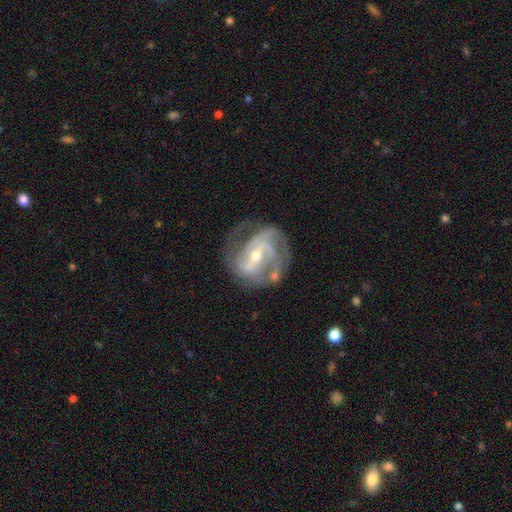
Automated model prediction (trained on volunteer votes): Q: Smooth or featured?
A: featured or disk (88%); runner-up: smooth (7%)
Q: Edge-on disk?
A: no (97%); runner-up: yes (3%)
Q: Bar?
A: weak (42%); runner-up: strong (35%)
Q: Spiral arms?
A: yes (95%); runner-up: no (5%)
Q: Spiral winding?
A: medium (46%); runner-up: tight (40%)
Q: Spiral arm count?
A: 2 (40%); runner-up: 3 (30%)
Q: Bulge size?
A: small (50%); runner-up: moderate (47%)
Q: Merging?
A: none (57%); runner-up: minor disturbance (22%)